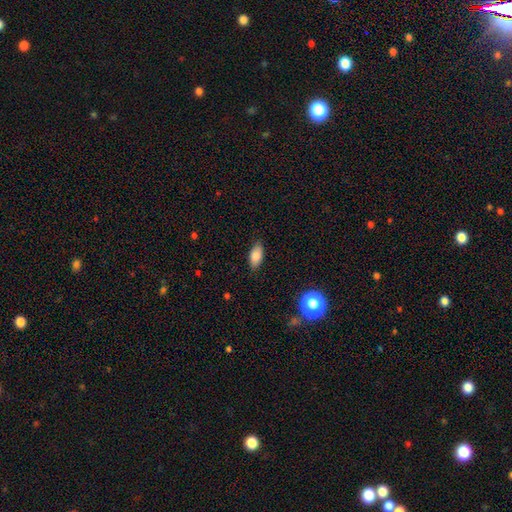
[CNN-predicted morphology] Overall: smooth (83%). How rounded: in between (88%). Merging: none (85%).